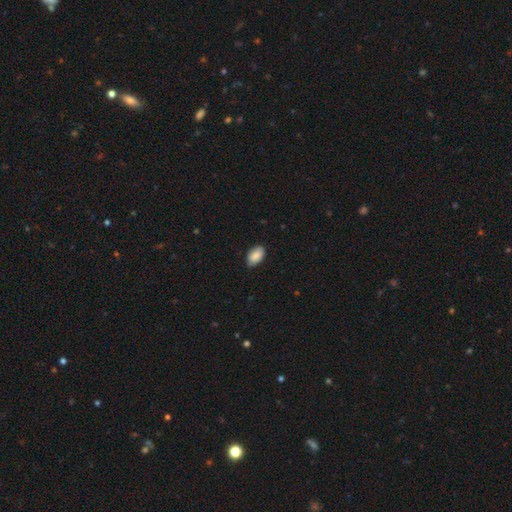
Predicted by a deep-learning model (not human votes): Smooth or featured?
  - smooth: 88% *
  - star or artifact: 7%
  - featured or disk: 6%
How rounded?
  - in between: 93% *
  - round: 6%
  - cigar-shaped: 1%
Merging?
  - none: 78% *
  - minor disturbance: 19%
  - major disturbance: 2%
  - merger: 1%